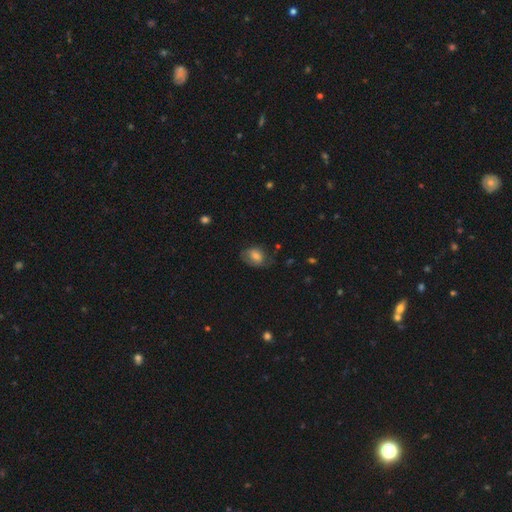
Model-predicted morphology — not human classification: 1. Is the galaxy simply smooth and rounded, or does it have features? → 73% smooth, 17% featured or disk, 9% star or artifact.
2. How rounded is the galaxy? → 66% in between, 32% round, 1% cigar-shaped.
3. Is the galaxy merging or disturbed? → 55% none, 28% minor disturbance, 15% major disturbance, 2% merger.